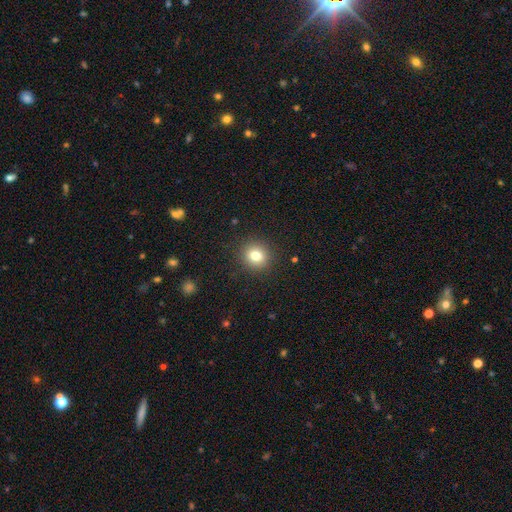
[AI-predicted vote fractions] Morphology: type=smooth (79%); roundness=round (88%); merging=none (91%).